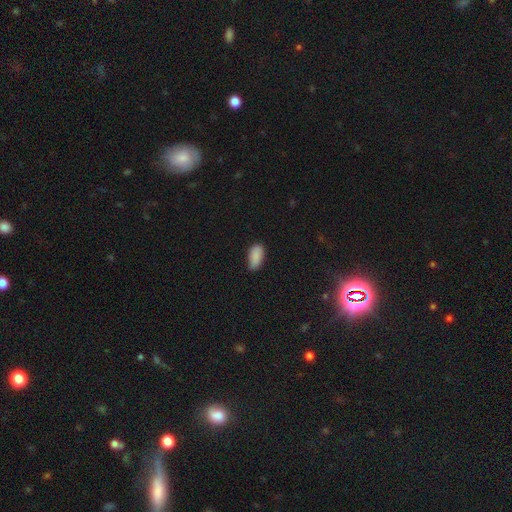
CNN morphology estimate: Overall: smooth (88%). How rounded: in between (93%). Merging: none (76%).